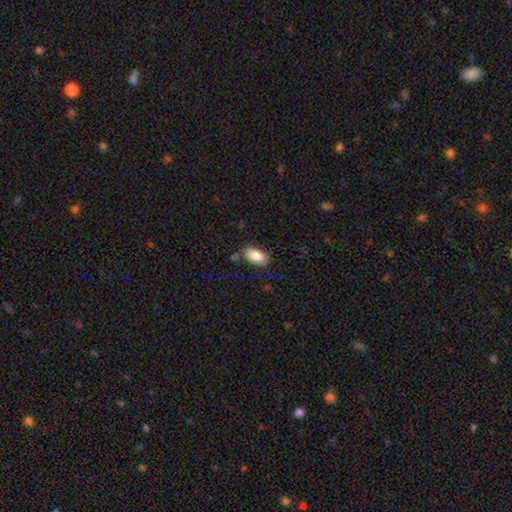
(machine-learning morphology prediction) This is clearly a smooth galaxy (87%). How rounded: clearly in between (93%). Merging: likely none (79%).